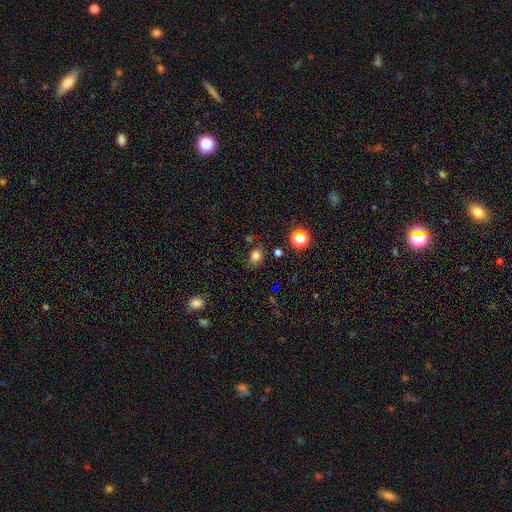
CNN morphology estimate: smooth_or_featured: smooth (p=0.77) [alt: star or artifact p=0.16]
how_rounded: in between (p=0.53) [alt: round p=0.46]
merging: none (p=0.74) [alt: minor disturbance p=0.17]